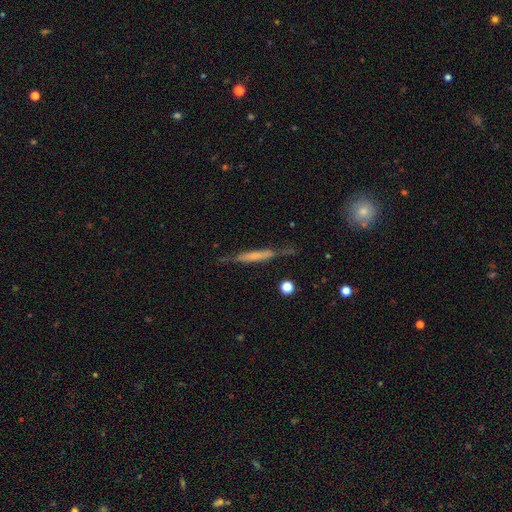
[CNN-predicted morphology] Q: Smooth or featured?
A: featured or disk (49%); runner-up: smooth (44%)
Q: Merging?
A: none (68%); runner-up: minor disturbance (21%)